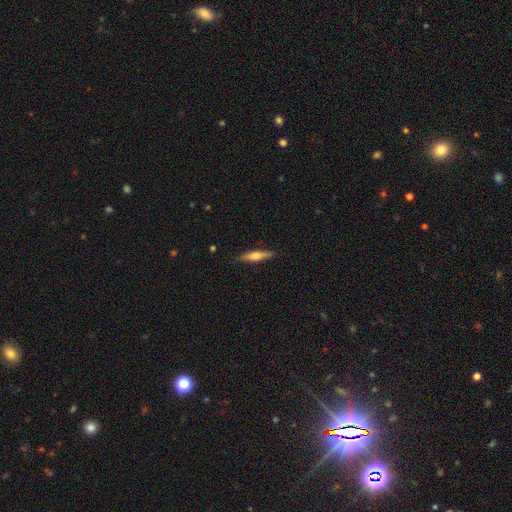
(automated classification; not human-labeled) The model was most divided on "smooth or featured": smooth: 48%, featured or disk: 46%, star or artifact: 6%. More confident: merging — none (88%).